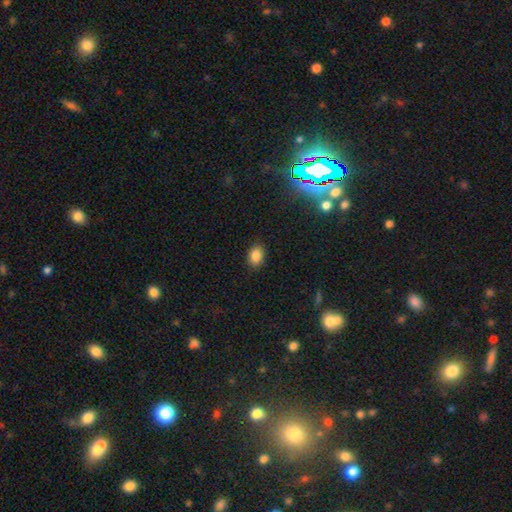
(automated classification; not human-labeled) This appears to be a smooth galaxy with no disk features (85%) that is in between round and cigar-shaped (72%). Merging: none (87%).